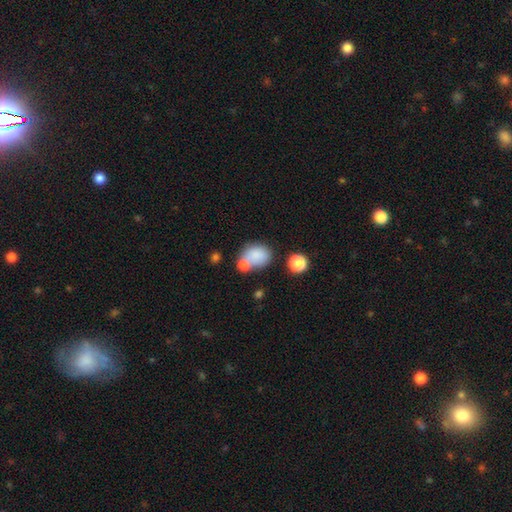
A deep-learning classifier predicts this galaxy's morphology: smooth 81%, star or artifact 9%, featured or disk 9%. Down the decision tree: how rounded — in between (59%); merging — none (46%).